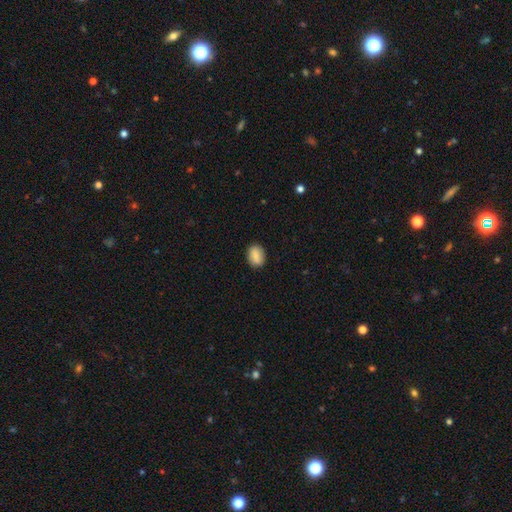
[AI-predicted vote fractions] Overall: smooth (84%). How rounded: in between (73%). Merging: none (86%).